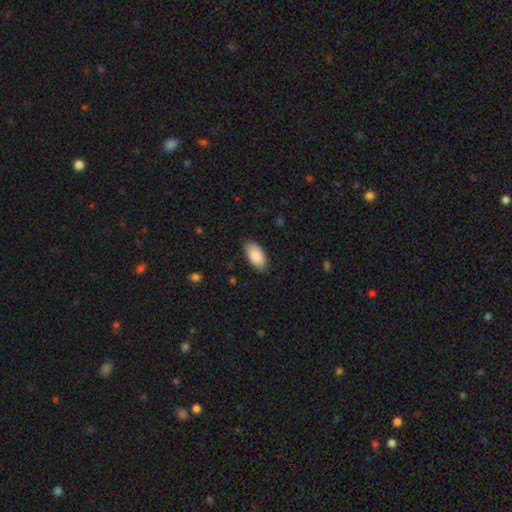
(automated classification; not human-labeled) smooth 89%, star or artifact 6%, featured or disk 5%. Down the decision tree: how rounded — in between (95%); merging — none (85%).